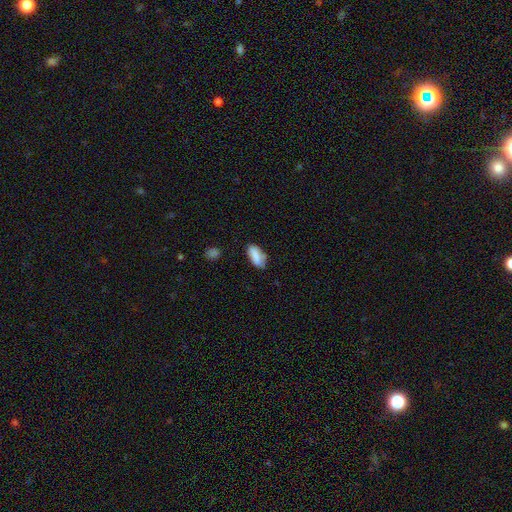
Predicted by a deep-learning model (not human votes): A smooth galaxy with no disk features (84%) that is in between round and cigar-shaped (84%).

Vote fractions:
- Smooth or featured? smooth: 84% / featured or disk: 9% / star or artifact: 7%
- How rounded? in between: 84% / cigar-shaped: 13% / round: 2%
- Merging? none: 68% / minor disturbance: 23% / major disturbance: 5% / merger: 4%